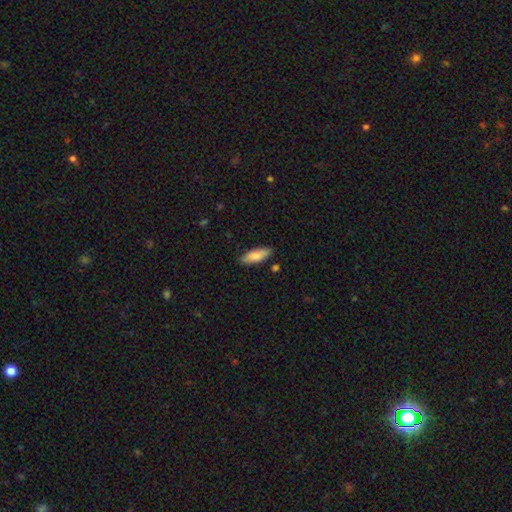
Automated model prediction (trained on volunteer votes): The model was most divided on "how rounded": in between: 66%, cigar-shaped: 32%, round: 2%. More confident: merging — none (85%); smooth or featured — smooth (84%).